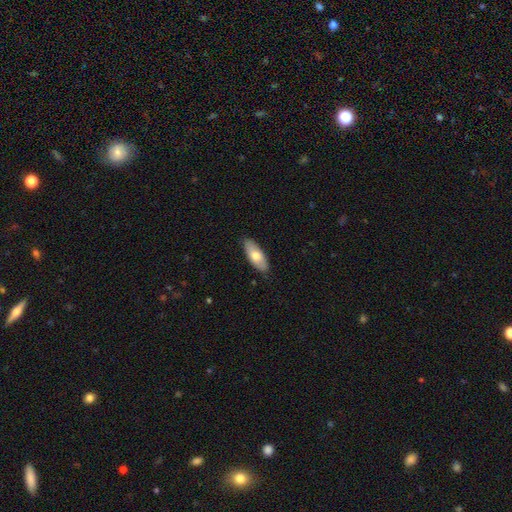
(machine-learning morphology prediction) Smooth or featured? smooth (70%)
How rounded? in between (80%)
Merging? none (85%)